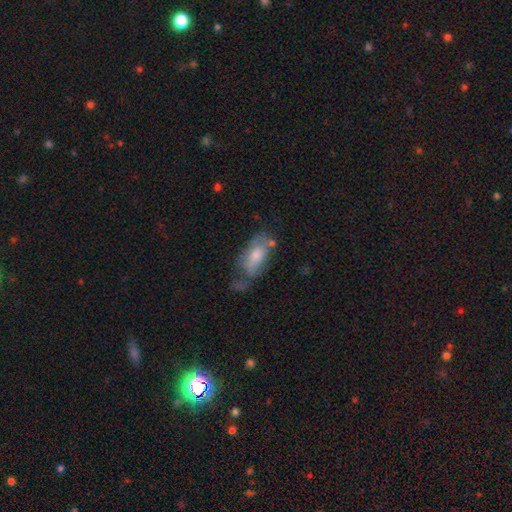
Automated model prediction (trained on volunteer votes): Smooth or featured?
  - smooth: 65% *
  - featured or disk: 28%
  - star or artifact: 7%
How rounded?
  - in between: 87% *
  - cigar-shaped: 10%
  - round: 3%
Merging?
  - none: 40% *
  - minor disturbance: 28%
  - major disturbance: 17%
  - merger: 15%